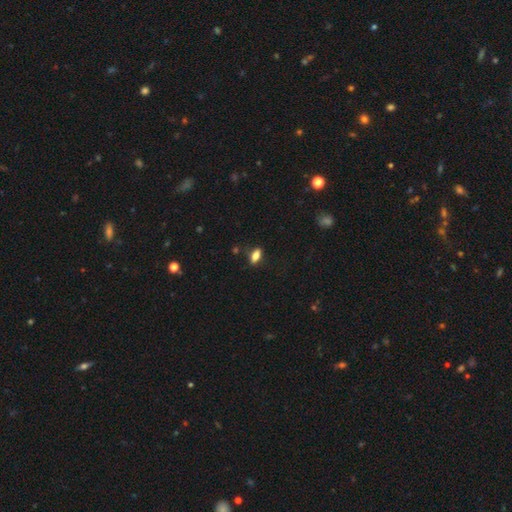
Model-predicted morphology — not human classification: Smooth or featured: smooth — 78% (featured or disk — 13%)
How rounded: in between — 80% (cigar-shaped — 16%)
Merging: none — 81% (minor disturbance — 13%)